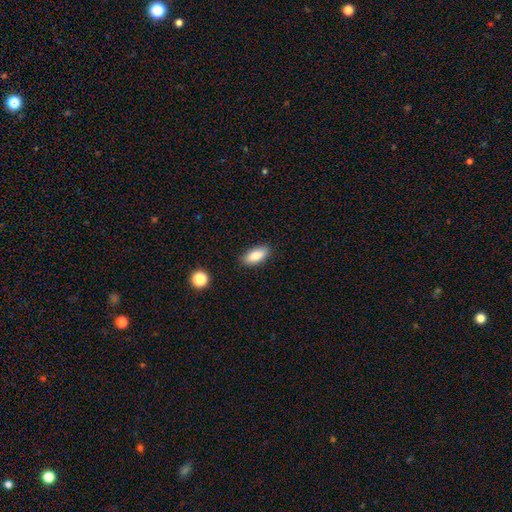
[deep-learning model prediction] Smooth or featured? Predicted: smooth (p=0.85). How rounded? Predicted: in between (p=0.86). Merging? Predicted: none (p=0.86).